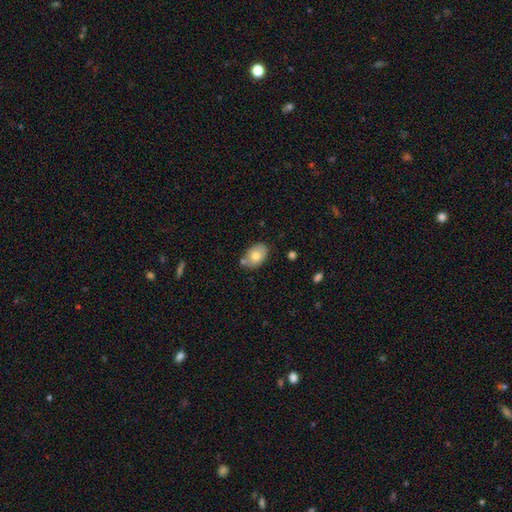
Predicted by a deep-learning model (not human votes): Q: Smooth or featured?
A: smooth (75%); runner-up: featured or disk (17%)
Q: How rounded?
A: in between (83%); runner-up: round (15%)
Q: Merging?
A: none (70%); runner-up: minor disturbance (17%)